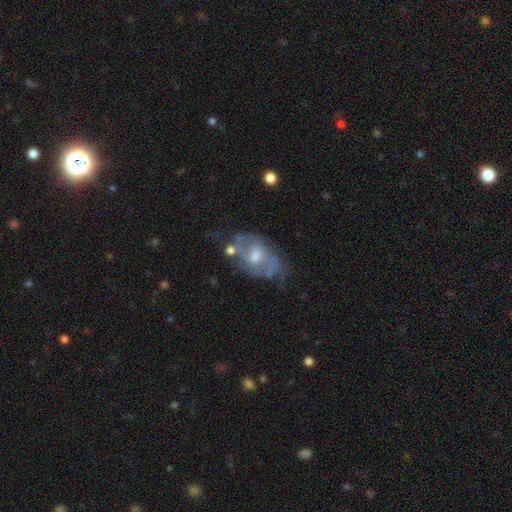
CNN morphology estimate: type=featured or disk (68%); edge-on=no (94%); bar=no (53%); spiral arms=yes (60%); bulge=moderate (60%); merging=none (48%).